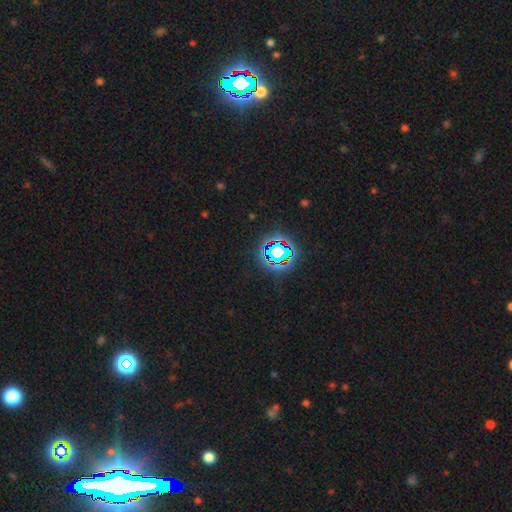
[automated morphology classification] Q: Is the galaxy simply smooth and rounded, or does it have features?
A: star or artifact — 81%.